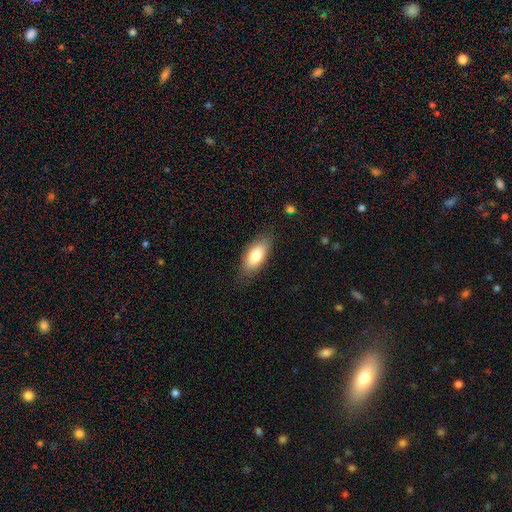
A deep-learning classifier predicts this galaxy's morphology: The model was most divided on "smooth or featured": smooth: 78%, featured or disk: 16%, star or artifact: 7%. More confident: how rounded — in between (85%); merging — none (80%).